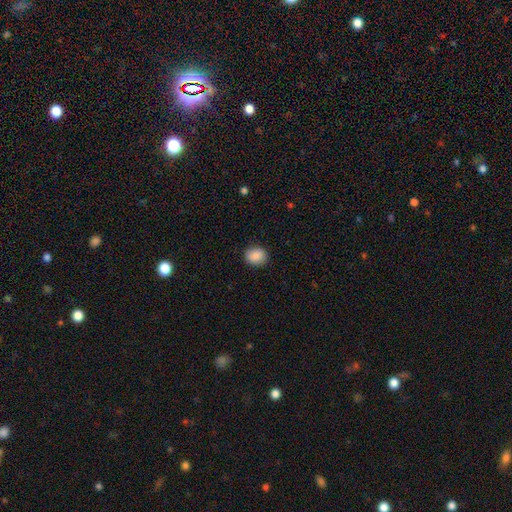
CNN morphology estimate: Smooth or featured? smooth (89%)
How rounded? round (66%)
Merging? none (87%)